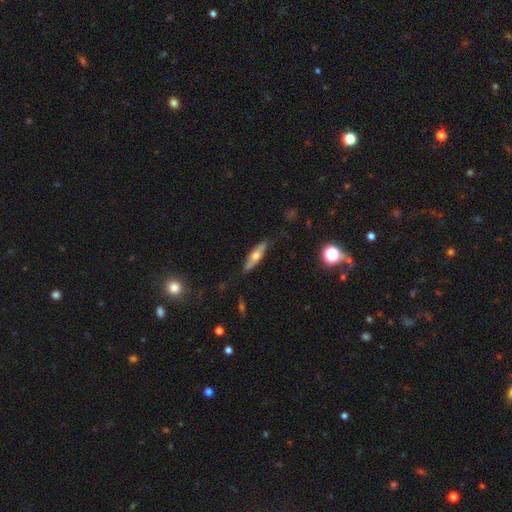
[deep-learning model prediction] Q: Smooth or featured?
A: smooth (48%); runner-up: featured or disk (45%)
Q: Merging?
A: none (79%); runner-up: minor disturbance (16%)